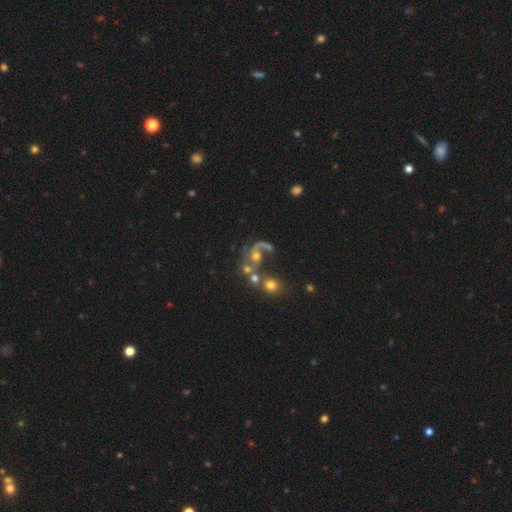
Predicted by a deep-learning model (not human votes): smooth-or-featured: featured or disk: 68% | smooth: 19% | star or artifact: 13%
  disk-edge-on: no: 97% | yes: 3%
    bar: no: 70% | weak: 23% | strong: 6%
    has-spiral-arms: yes: 81% | no: 19%
      spiral-winding: loose: 58% | medium: 32% | tight: 10%
      spiral-arm-count: 1: 47% | 2: 44% | can't tell: 5% | 3: 2% | 4: 1% | more than 4: 1%
    bulge-size: moderate: 49% | small: 30% | large: 9% | none: 9% | dominant: 3%
  merging: merger: 38% | none: 29% | major disturbance: 21% | minor disturbance: 12%